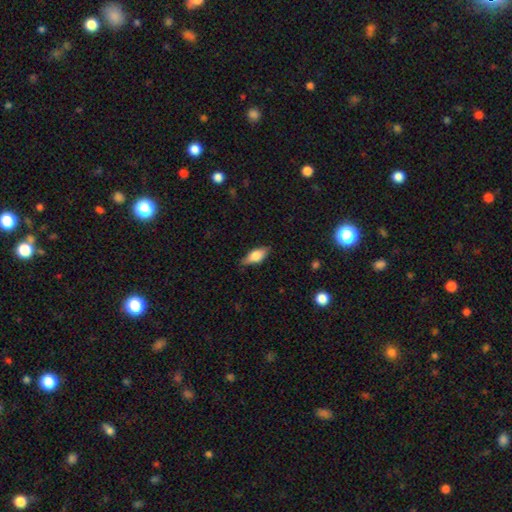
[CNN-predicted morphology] smooth_or_featured: smooth (p=0.63) [alt: featured or disk p=0.30]
how_rounded: in between (p=0.78) [alt: cigar-shaped p=0.18]
merging: none (p=0.80) [alt: minor disturbance p=0.16]